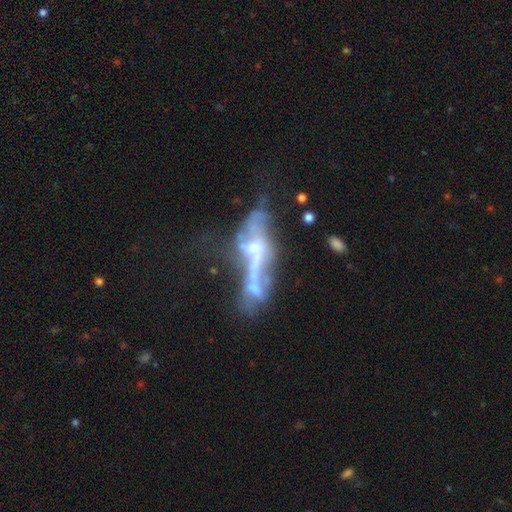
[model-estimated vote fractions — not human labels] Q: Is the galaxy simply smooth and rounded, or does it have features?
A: featured or disk — 70%.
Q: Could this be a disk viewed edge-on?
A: no — 65%.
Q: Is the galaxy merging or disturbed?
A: merger — 44%.